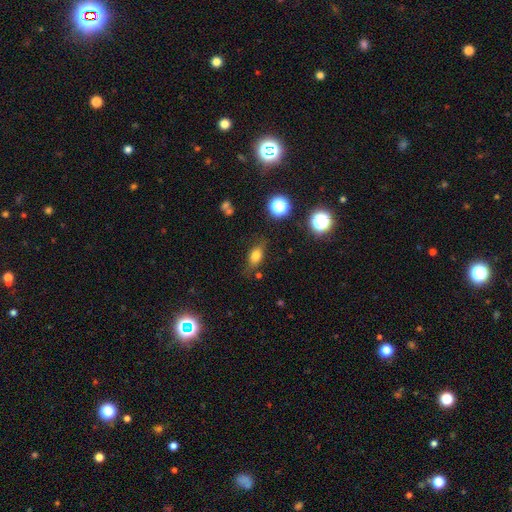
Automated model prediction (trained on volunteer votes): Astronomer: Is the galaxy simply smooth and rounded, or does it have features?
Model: smooth — 76%.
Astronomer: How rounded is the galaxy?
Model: in between — 78%.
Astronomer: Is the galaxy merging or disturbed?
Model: none — 76%.